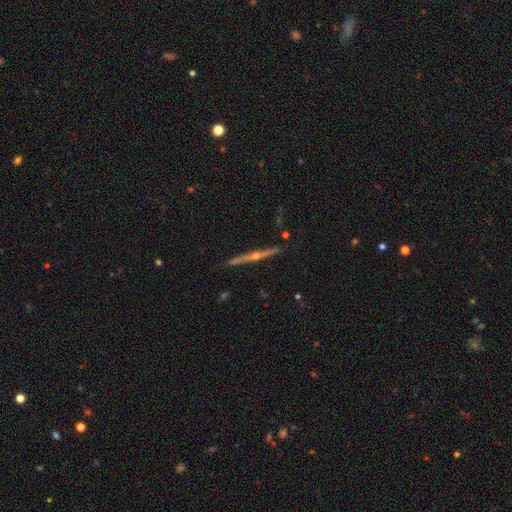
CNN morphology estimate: Smooth or featured? featured or disk (83%)
Edge-on disk? yes (98%)
Edge-on bulge? rounded (91%)
Merging? none (90%)